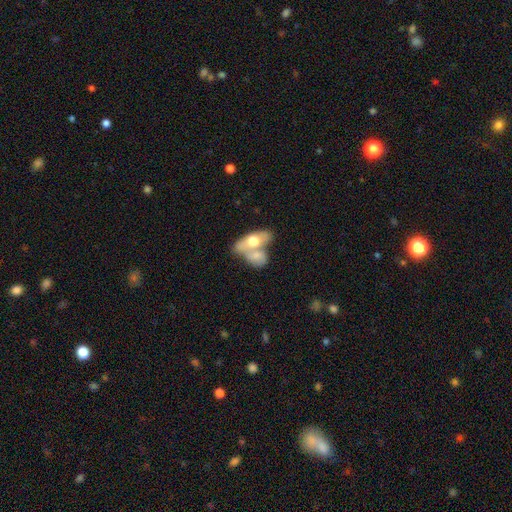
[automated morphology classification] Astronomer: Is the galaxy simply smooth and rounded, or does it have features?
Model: smooth — 60%.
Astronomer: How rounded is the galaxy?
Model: in between — 83%.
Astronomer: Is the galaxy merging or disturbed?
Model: merger — 71%.